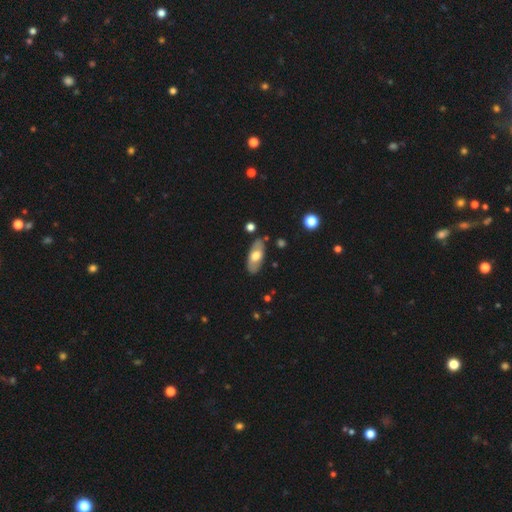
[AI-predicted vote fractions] smooth-or-featured: smooth: 57% | featured or disk: 37% | star or artifact: 6%
  how-rounded: in between: 88% | cigar-shaped: 10% | round: 3%
  merging: none: 81% | minor disturbance: 13% | merger: 3% | major disturbance: 3%